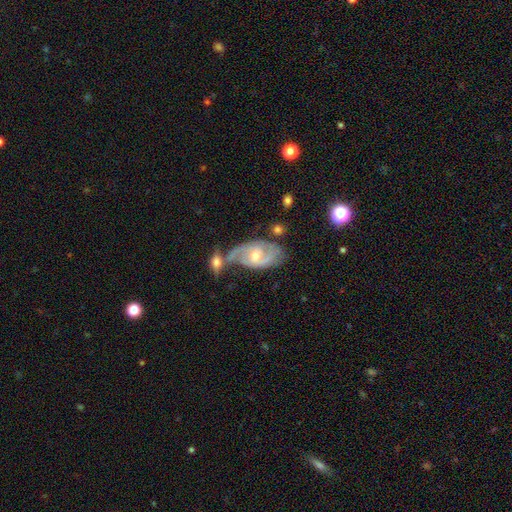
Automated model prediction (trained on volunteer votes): Smooth or featured: featured or disk — 81% (smooth — 13%)
Edge-on disk: no — 95% (yes — 5%)
Bar: weak — 48% (no — 39%)
Spiral arms: yes — 93% (no — 7%)
Spiral winding: medium — 48% (tight — 30%)
Spiral arm count: 2 — 78% (can't tell — 12%)
Bulge size: moderate — 52% (small — 44%)
Merging: none — 38% (merger — 34%)